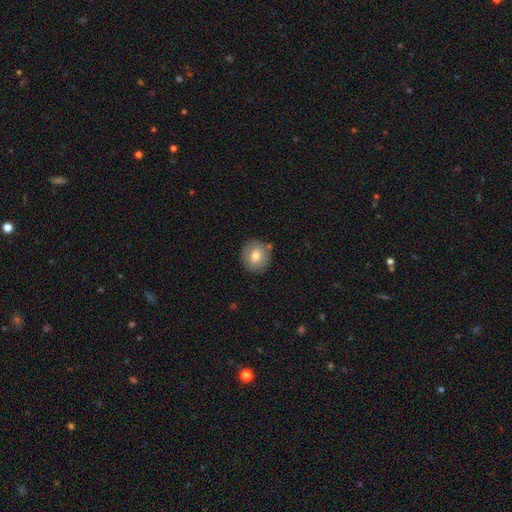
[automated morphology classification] A smooth galaxy with no disk features (76%) that is round (84%). Merging: none (82%).